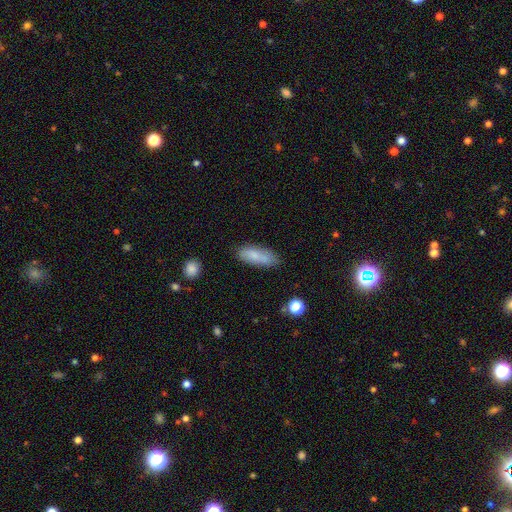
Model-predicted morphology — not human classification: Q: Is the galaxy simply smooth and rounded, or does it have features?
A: smooth — 79%.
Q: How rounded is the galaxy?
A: in between — 68%.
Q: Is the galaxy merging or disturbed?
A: none — 67%.